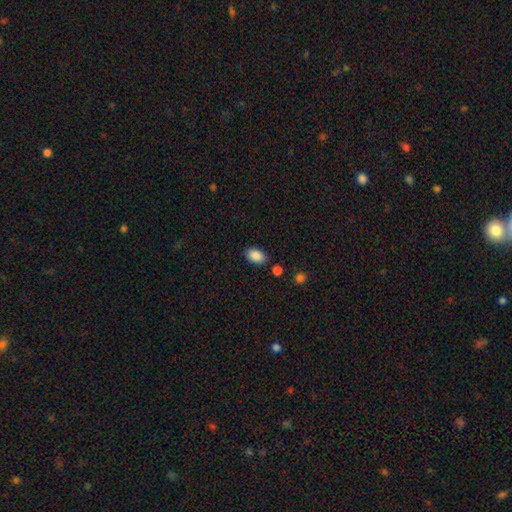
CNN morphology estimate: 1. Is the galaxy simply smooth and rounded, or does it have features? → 88% smooth, 8% star or artifact, 4% featured or disk.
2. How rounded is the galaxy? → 91% in between, 8% round, 1% cigar-shaped.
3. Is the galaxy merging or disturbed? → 82% none, 11% minor disturbance, 4% merger, 3% major disturbance.